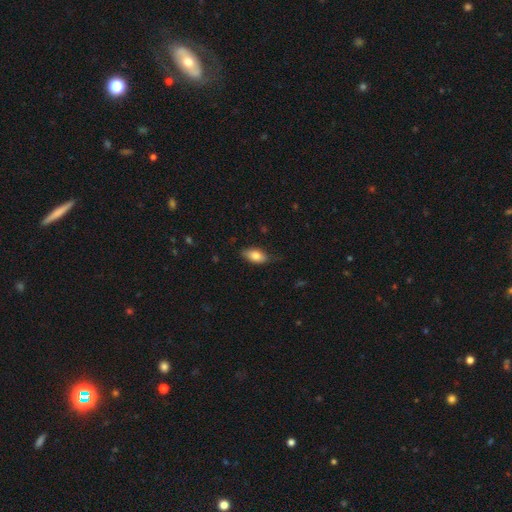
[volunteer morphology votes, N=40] Smooth or featured? 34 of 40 (85%) said smooth. How rounded? 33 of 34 (97%) said in between. Merging? 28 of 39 (72%) said none.